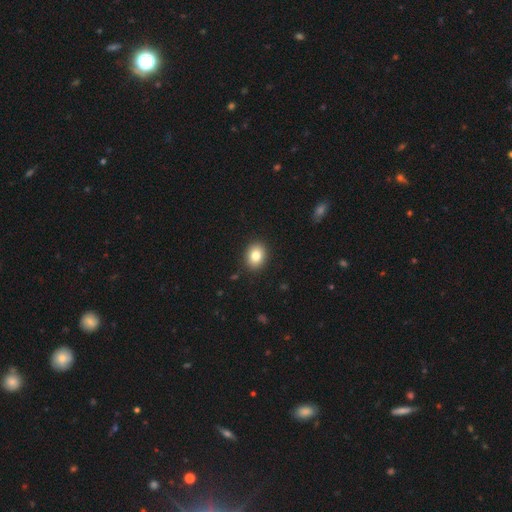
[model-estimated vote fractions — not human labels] Smooth or featured? Predicted: smooth (p=0.82). How rounded? Predicted: in between (p=0.51). Merging? Predicted: none (p=0.89).